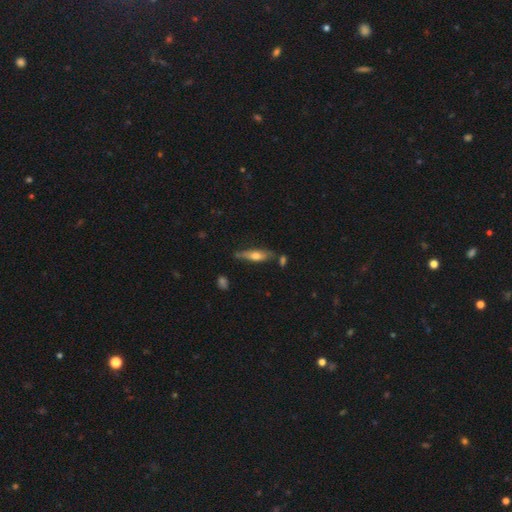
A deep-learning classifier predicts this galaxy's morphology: smooth-or-featured: smooth: 50% | featured or disk: 44% | star or artifact: 6%
  merging: none: 69% | minor disturbance: 19% | merger: 7% | major disturbance: 4%